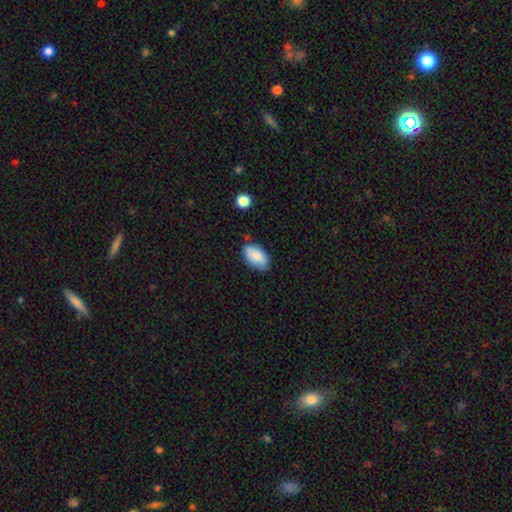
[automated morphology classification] Smooth or featured?
  - smooth: 84% *
  - featured or disk: 10%
  - star or artifact: 7%
How rounded?
  - in between: 94% *
  - round: 4%
  - cigar-shaped: 2%
Merging?
  - none: 70% *
  - minor disturbance: 23%
  - major disturbance: 4%
  - merger: 3%